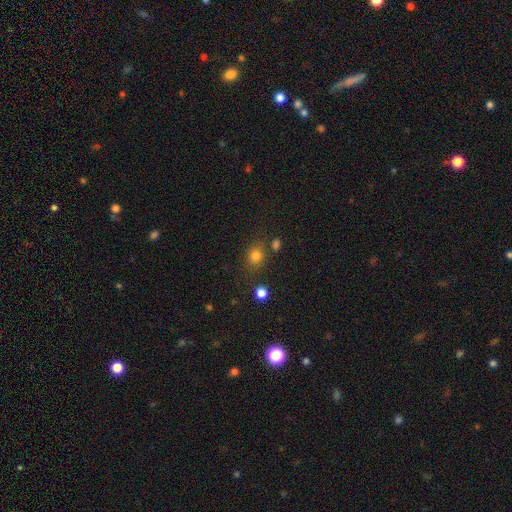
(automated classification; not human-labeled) This appears to be a smooth galaxy with no disk features (79%) that is round (59%). Merging: none (74%).